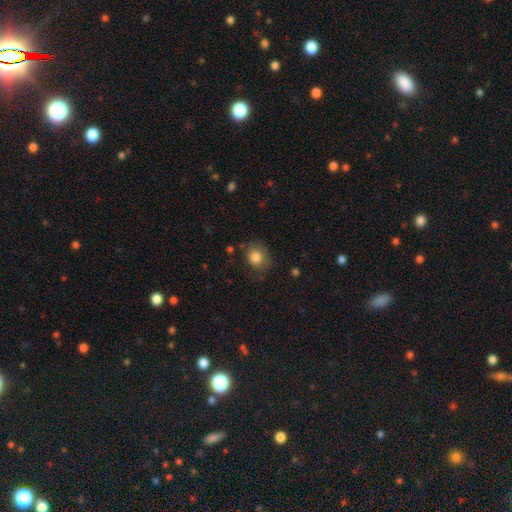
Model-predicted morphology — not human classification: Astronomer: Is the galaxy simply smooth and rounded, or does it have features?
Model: smooth — 82%.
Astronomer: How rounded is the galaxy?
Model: round — 68%.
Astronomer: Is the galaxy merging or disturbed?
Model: none — 70%.